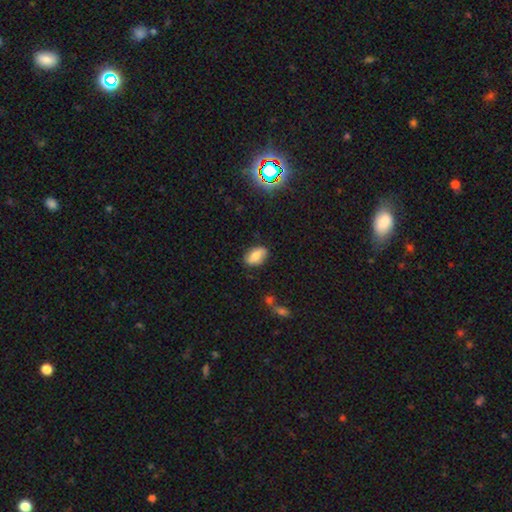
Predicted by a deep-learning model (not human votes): Smooth or featured: smooth — 69% (featured or disk — 21%)
How rounded: in between — 87% (round — 9%)
Merging: none — 79% (minor disturbance — 16%)